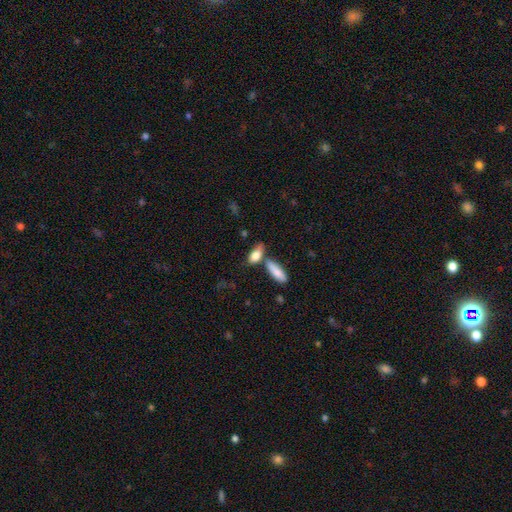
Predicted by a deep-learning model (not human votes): smooth 79%, featured or disk 14%, star or artifact 7%. Down the decision tree: how rounded — in between (76%); merging — none (45%).